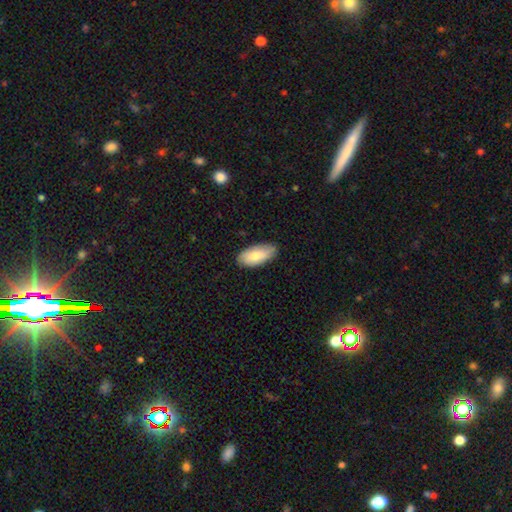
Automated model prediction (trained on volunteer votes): Q: Smooth or featured?
A: smooth (79%); runner-up: featured or disk (15%)
Q: How rounded?
A: in between (92%); runner-up: cigar-shaped (6%)
Q: Merging?
A: none (83%); runner-up: minor disturbance (14%)